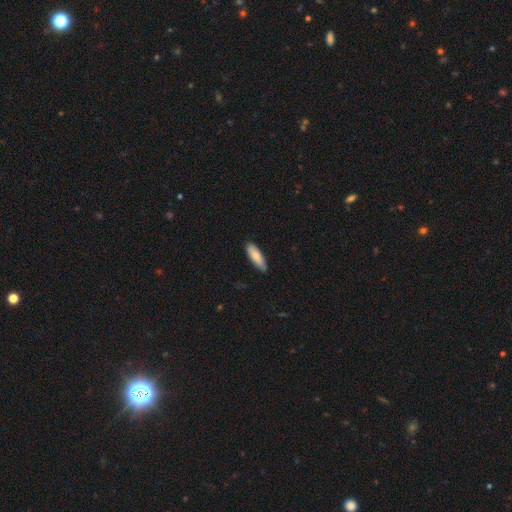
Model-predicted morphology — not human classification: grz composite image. It shows a smooth galaxy with no disk features (81%) that is in between round and cigar-shaped (52%). Merging: none (84%).